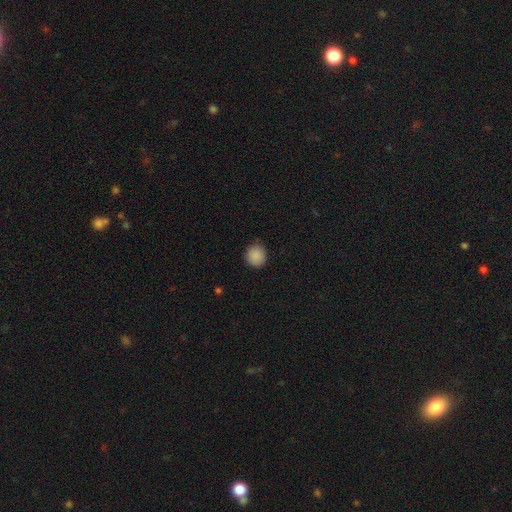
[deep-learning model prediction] This appears to be a smooth galaxy with no disk features (88%) that is round (90%). Merging: none (87%).